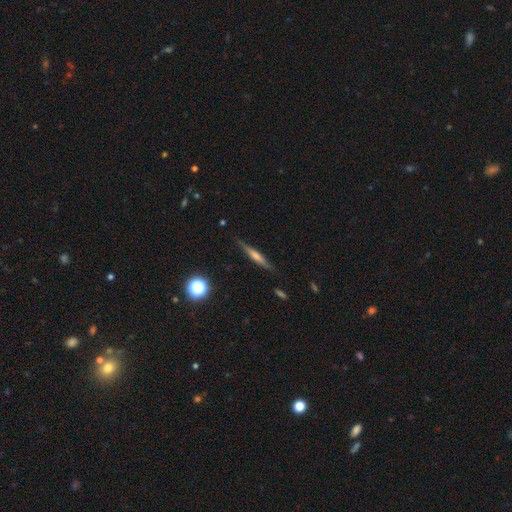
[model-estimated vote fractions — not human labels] Smooth or featured: featured or disk — 65% (smooth — 25%)
Edge-on disk: yes — 97% (no — 3%)
Edge-on bulge: rounded — 67% (none — 19%)
Merging: none — 88% (minor disturbance — 9%)